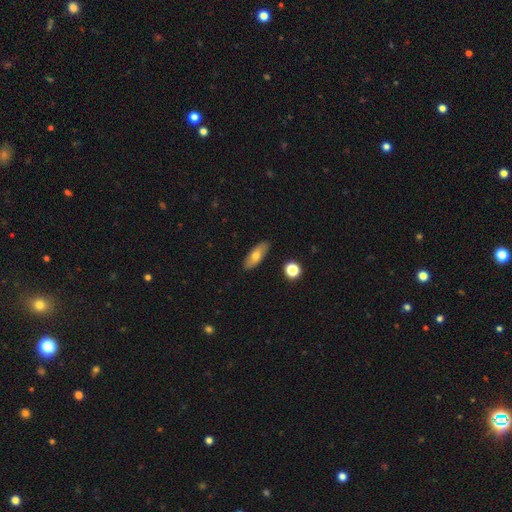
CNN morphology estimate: The model was most divided on "smooth or featured": smooth: 66%, featured or disk: 26%, star or artifact: 7%. More confident: merging — none (88%); how rounded — in between (70%).